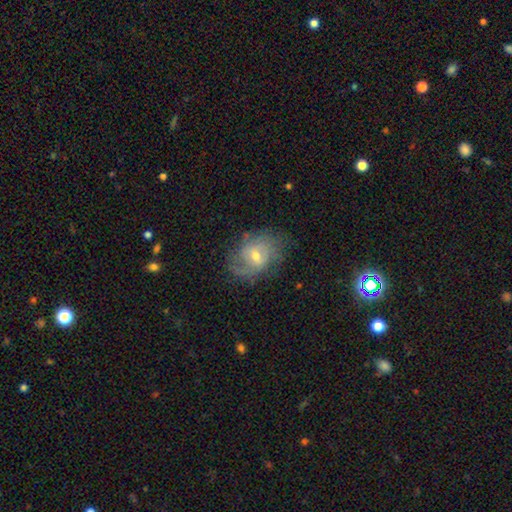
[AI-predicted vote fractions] Smooth or featured: featured or disk — 70% (smooth — 22%)
Edge-on disk: no — 96% (yes — 4%)
Bar: no — 46% (weak — 45%)
Spiral arms: yes — 85% (no — 15%)
Spiral winding: tight — 41% (medium — 39%)
Spiral arm count: 2 — 39% (can't tell — 36%)
Bulge size: moderate — 54% (small — 41%)
Merging: none — 65% (minor disturbance — 22%)